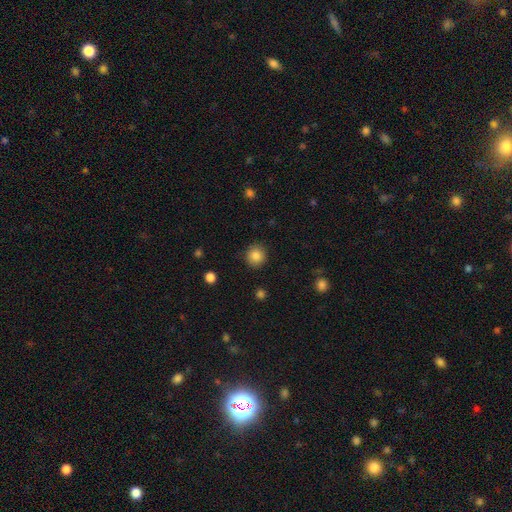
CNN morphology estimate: Smooth or featured? Predicted: smooth (p=0.86). How rounded? Predicted: round (p=0.90). Merging? Predicted: none (p=0.89).